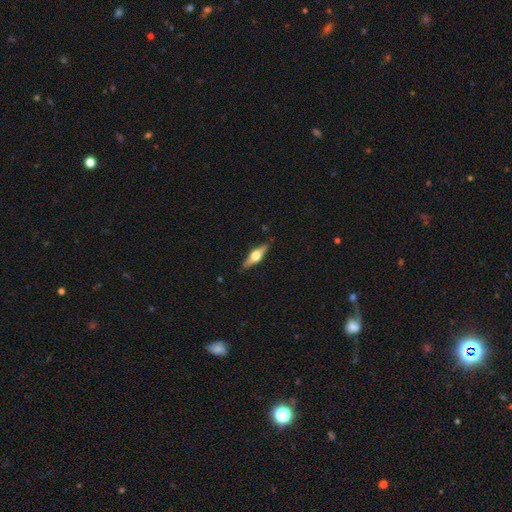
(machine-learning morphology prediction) Smooth or featured? featured or disk (67%)
Edge-on disk? yes (96%)
Edge-on bulge? rounded (94%)
Merging? none (87%)